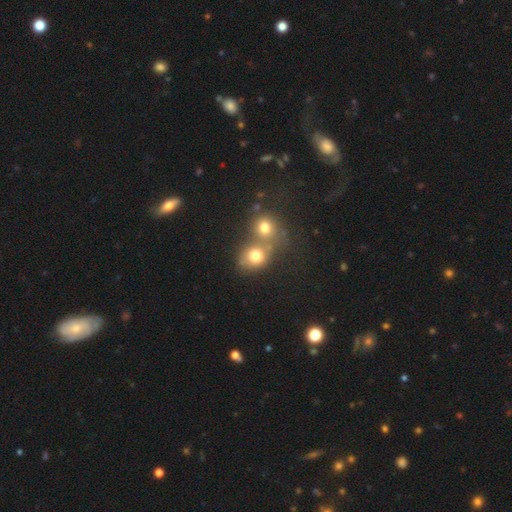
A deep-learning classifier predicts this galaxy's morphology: This is likely a smooth galaxy (75%). How rounded: likely round (72%). Merging: possibly merger (56%).